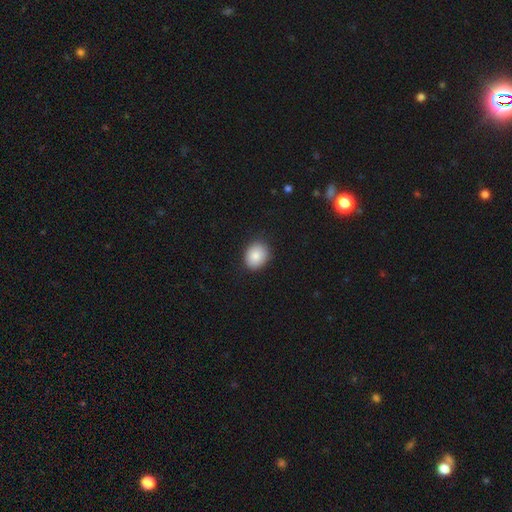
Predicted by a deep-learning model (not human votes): This appears to be a smooth galaxy with no disk features (86%) that is round (54%). Merging: none (87%).